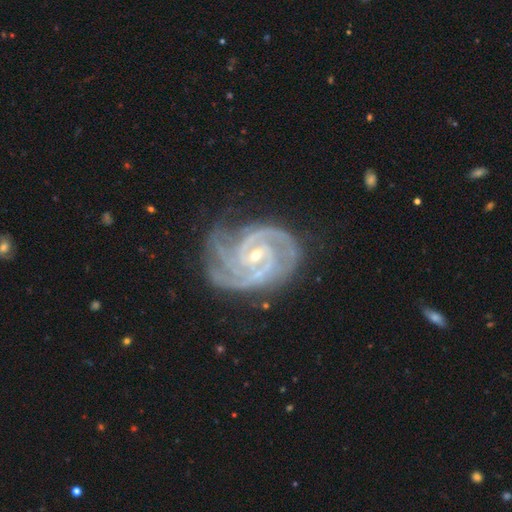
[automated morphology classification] Smooth or featured?
  - featured or disk: 93% *
  - star or artifact: 5%
  - smooth: 2%
Edge-on disk?
  - no: 98% *
  - yes: 2%
Bar?
  - weak: 43% *
  - no: 39%
  - strong: 17%
Spiral arms?
  - yes: 99% *
  - no: 1%
Spiral winding?
  - tight: 64% *
  - medium: 32%
  - loose: 4%
Spiral arm count?
  - 3: 34% *
  - 2: 26%
  - 4: 16%
  - can't tell: 11%
  - more than 4: 7%
  - 1: 6%
Bulge size?
  - small: 73% *
  - moderate: 24%
  - none: 1%
  - large: 1%
  - dominant: 1%
Merging?
  - none: 62% *
  - minor disturbance: 24%
  - major disturbance: 12%
  - merger: 2%